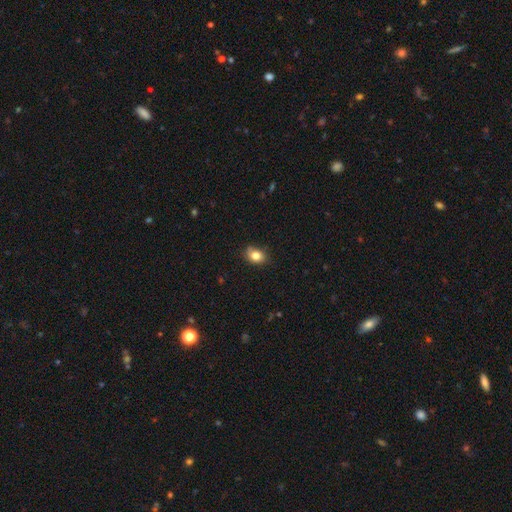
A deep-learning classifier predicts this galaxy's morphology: Smooth or featured?
  - smooth: 82% *
  - star or artifact: 10%
  - featured or disk: 8%
How rounded?
  - in between: 61% *
  - round: 38%
  - cigar-shaped: 1%
Merging?
  - none: 75% *
  - minor disturbance: 20%
  - major disturbance: 3%
  - merger: 2%